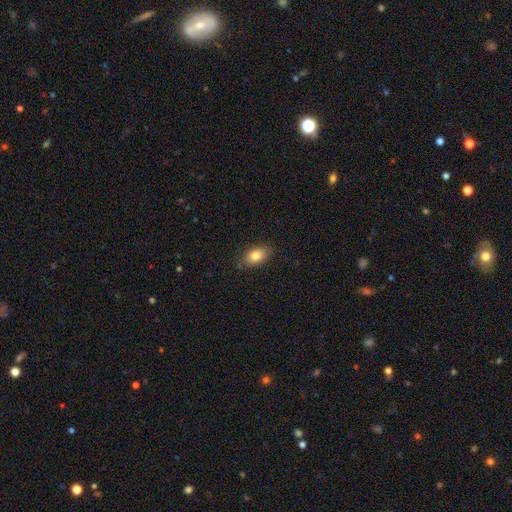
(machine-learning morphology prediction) Smooth or featured?
  - smooth: 82% *
  - featured or disk: 10%
  - star or artifact: 8%
How rounded?
  - in between: 88% *
  - round: 10%
  - cigar-shaped: 2%
Merging?
  - none: 85% *
  - minor disturbance: 12%
  - major disturbance: 2%
  - merger: 1%